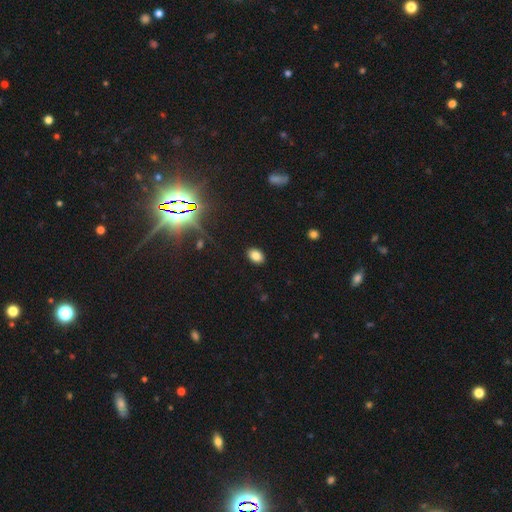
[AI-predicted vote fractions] Overall: smooth (83%). How rounded: in between (81%). Merging: none (89%).